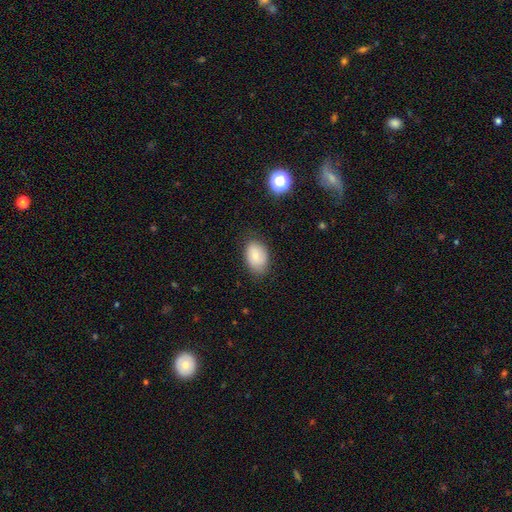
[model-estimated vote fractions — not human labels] smooth_or_featured: smooth (p=0.77) [alt: featured or disk p=0.15]
how_rounded: in between (p=0.87) [alt: round p=0.12]
merging: none (p=0.77) [alt: minor disturbance p=0.18]